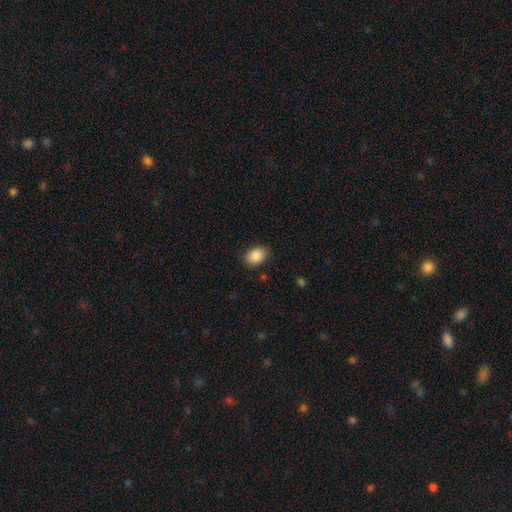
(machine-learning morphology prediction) A smooth galaxy with no disk features (88%) that is in between round and cigar-shaped (78%).

Vote fractions:
- Smooth or featured? smooth: 88% / star or artifact: 8% / featured or disk: 4%
- How rounded? in between: 78% / round: 21% / cigar-shaped: 1%
- Merging? none: 86% / minor disturbance: 10% / major disturbance: 3% / merger: 1%